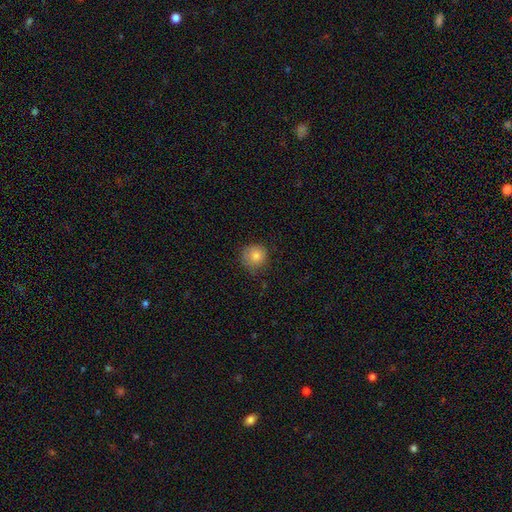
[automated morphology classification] smooth-or-featured: smooth: 81% | star or artifact: 10% | featured or disk: 8%
  how-rounded: round: 91% | in between: 8% | cigar-shaped: 1%
  merging: none: 71% | minor disturbance: 22% | major disturbance: 6% | merger: 1%